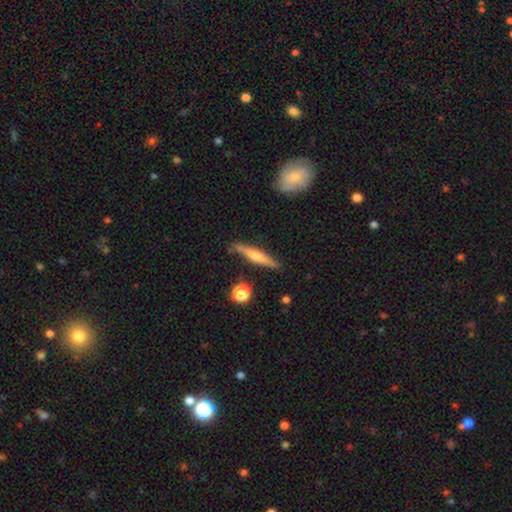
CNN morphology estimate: This is possibly a featured or disk galaxy (56%). It is clearly viewed edge-on (95%). Edge-on bulge: likely rounded (74%). Merging: clearly none (83%).